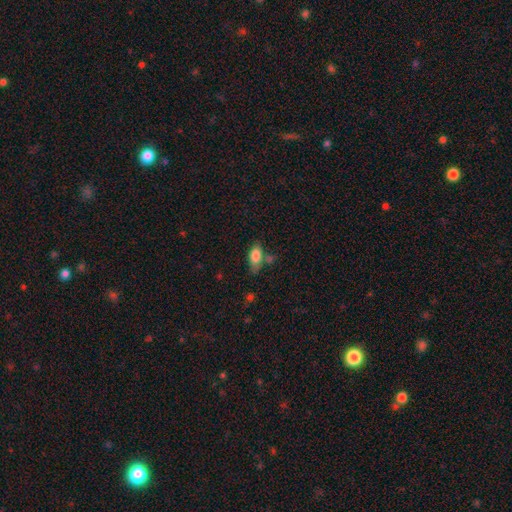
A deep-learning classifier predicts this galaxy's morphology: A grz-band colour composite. It shows a smooth galaxy with no disk features (81%) that is in between round and cigar-shaped (86%). Merging: none (53%).